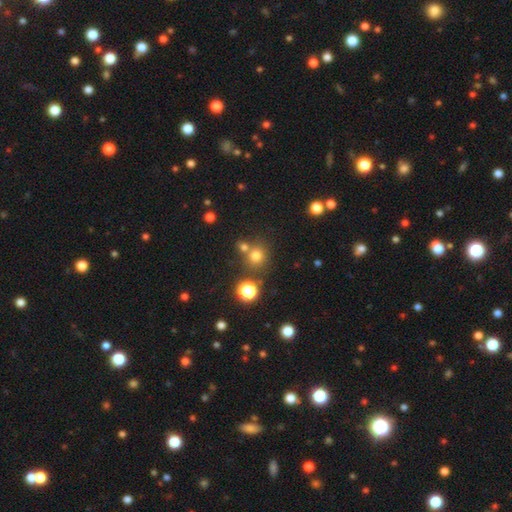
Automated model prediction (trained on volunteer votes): smooth 72%, star or artifact 20%, featured or disk 7%. Down the decision tree: how rounded — round (89%); merging — none (67%).